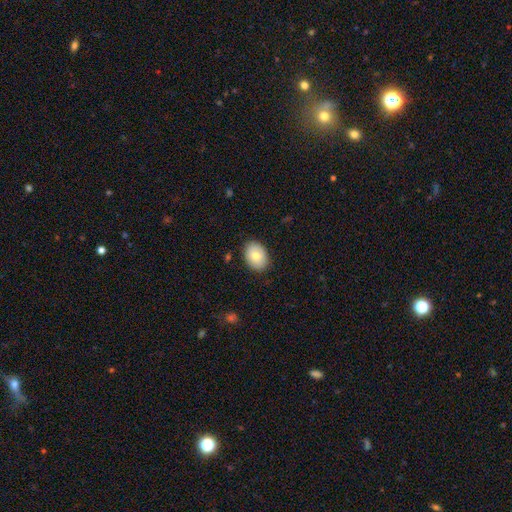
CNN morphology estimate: smooth-or-featured: smooth: 75% | featured or disk: 17% | star or artifact: 7%
  how-rounded: in between: 70% | round: 29% | cigar-shaped: 1%
  merging: none: 85% | minor disturbance: 12% | major disturbance: 2% | merger: 1%